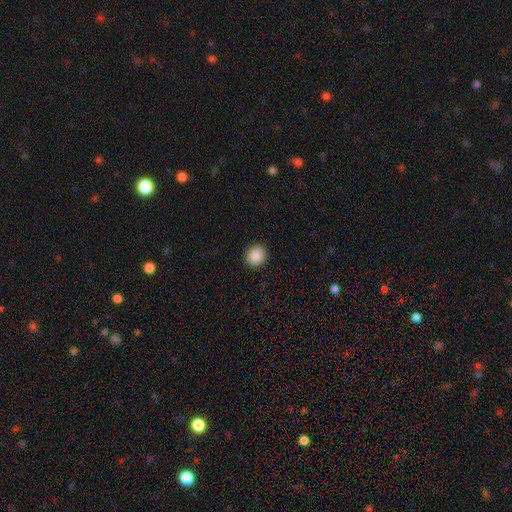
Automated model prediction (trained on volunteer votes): smooth 88%, star or artifact 8%, featured or disk 3%. Down the decision tree: how rounded — round (84%); merging — none (91%).